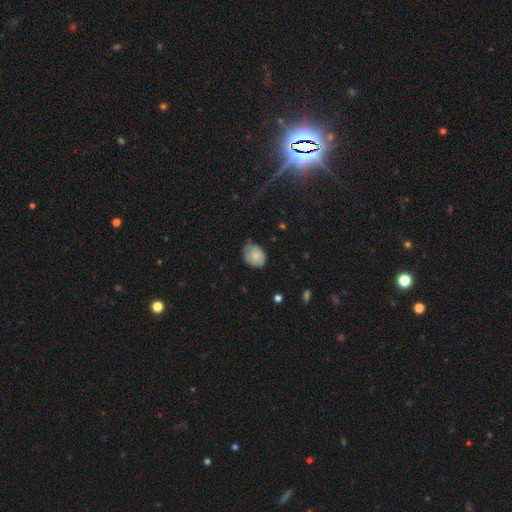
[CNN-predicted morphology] smooth_or_featured: smooth (p=0.75) [alt: featured or disk p=0.17]
how_rounded: in between (p=0.55) [alt: round p=0.44]
merging: none (p=0.62) [alt: minor disturbance p=0.31]